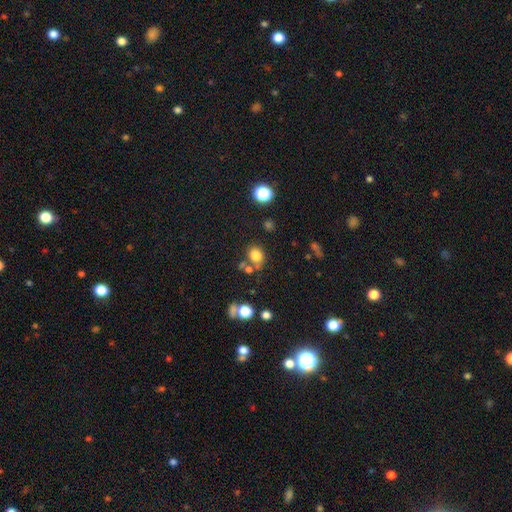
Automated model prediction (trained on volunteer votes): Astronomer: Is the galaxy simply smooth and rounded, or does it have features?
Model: smooth — 78%.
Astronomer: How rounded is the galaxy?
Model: round — 68%.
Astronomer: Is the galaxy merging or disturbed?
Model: none — 64%.